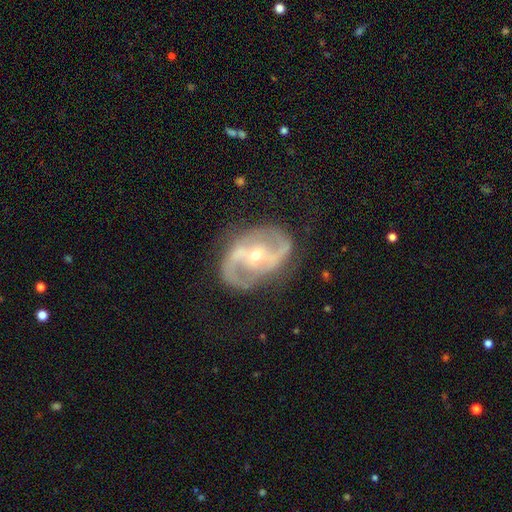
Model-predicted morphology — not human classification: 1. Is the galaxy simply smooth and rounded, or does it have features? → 88% featured or disk, 6% smooth, 5% star or artifact.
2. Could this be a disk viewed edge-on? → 97% no, 3% yes.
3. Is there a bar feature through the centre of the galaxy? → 39% strong, 32% weak, 29% no.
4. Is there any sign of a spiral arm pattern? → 91% yes, 9% no.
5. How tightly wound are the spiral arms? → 50% medium, 31% loose, 19% tight.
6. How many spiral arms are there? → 91% 2, 4% can't tell, 2% 1, 1% 3, 1% 4, 1% more than 4.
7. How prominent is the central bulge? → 57% small, 40% moderate, 1% large, 1% dominant, 1% none.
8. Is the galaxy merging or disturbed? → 76% none, 15% minor disturbance, 7% major disturbance, 2% merger.